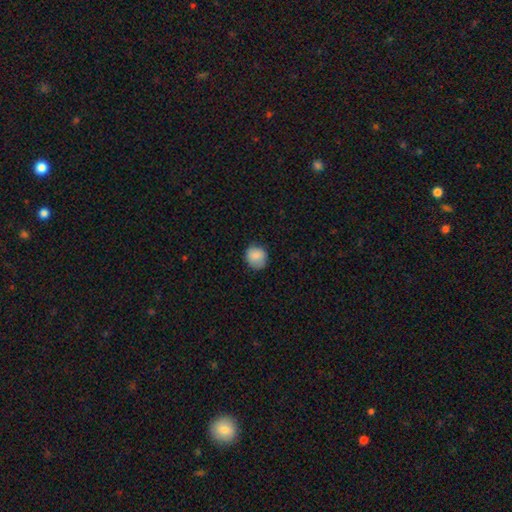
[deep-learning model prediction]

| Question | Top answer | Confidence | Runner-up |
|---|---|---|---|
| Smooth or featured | smooth | 85% | star or artifact (8%) |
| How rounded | round | 83% | in between (16%) |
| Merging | none | 82% | minor disturbance (14%) |